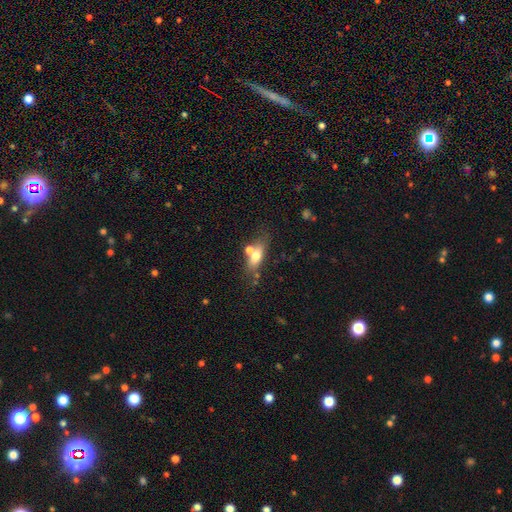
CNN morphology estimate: smooth 64%, featured or disk 27%, star or artifact 9%. Down the decision tree: how rounded — in between (65%); merging — none (56%).